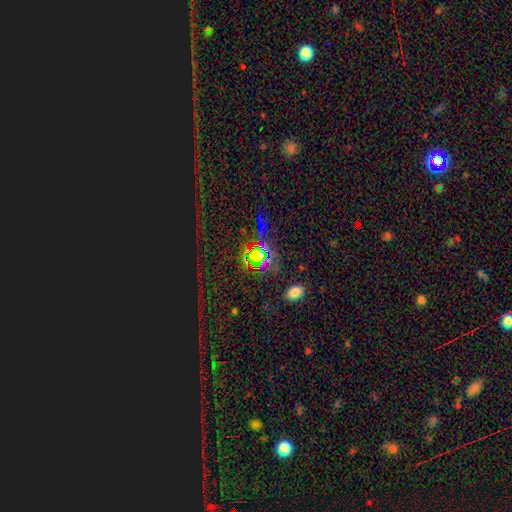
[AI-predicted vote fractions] Smooth or featured? Predicted: star or artifact (p=0.75).